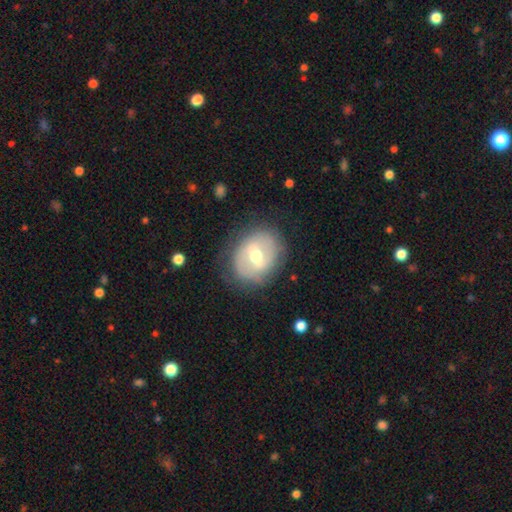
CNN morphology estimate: This appears to be a featured or disk galaxy (59%) with a weak bar (45%), no spiral arms (66%) and a moderate central bulge (74%). Merging: none (76%).